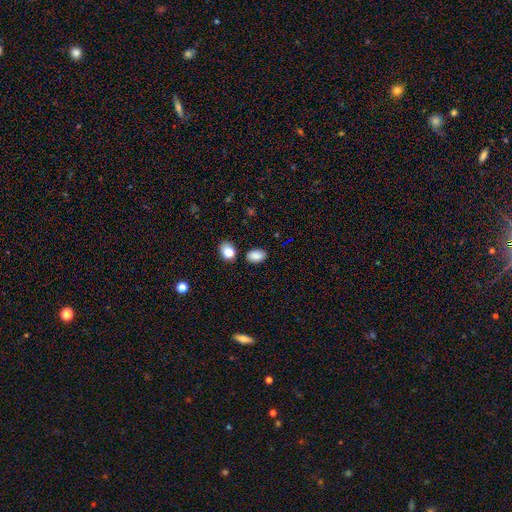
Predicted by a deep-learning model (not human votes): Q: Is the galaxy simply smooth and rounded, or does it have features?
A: smooth — 85%.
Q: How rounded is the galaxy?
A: in between — 87%.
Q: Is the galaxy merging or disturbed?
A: none — 82%.